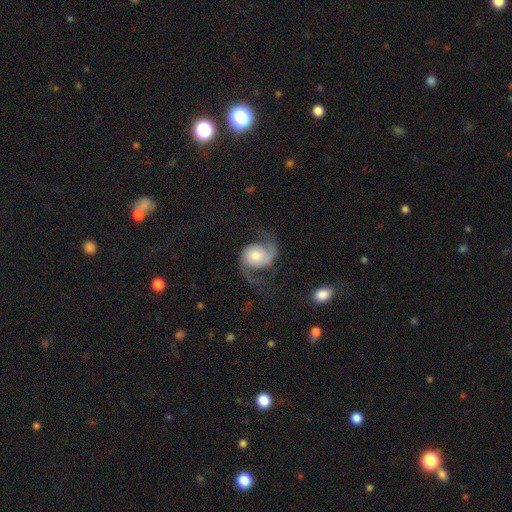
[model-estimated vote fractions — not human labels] Morphology: type=featured or disk (85%); edge-on=no (98%); bar=no (71%); spiral arms=yes (97%); winding=loose (53%); arm count=2 (92%); bulge=moderate (42%); merging=none (65%).